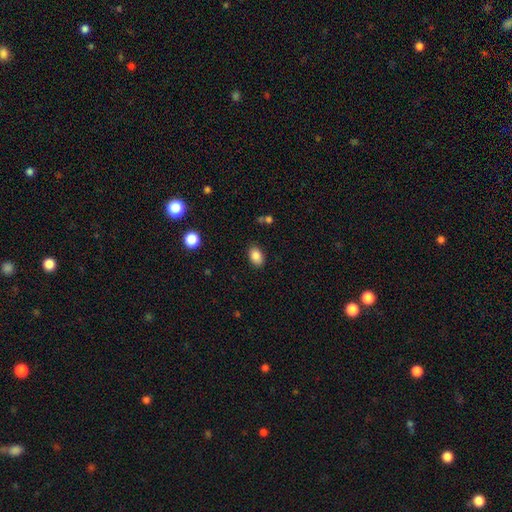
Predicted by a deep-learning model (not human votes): smooth 86%, star or artifact 9%, featured or disk 5%. Down the decision tree: how rounded — in between (86%); merging — none (87%).